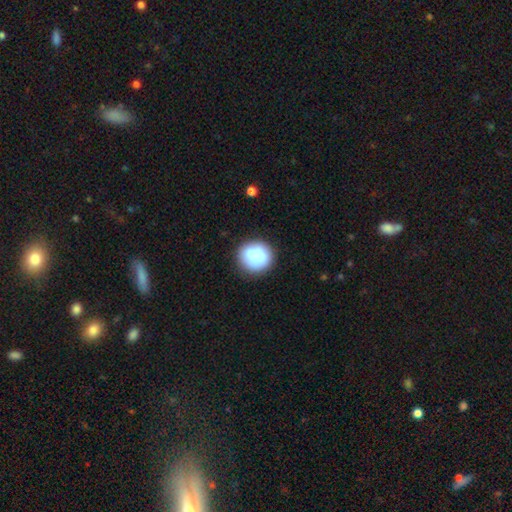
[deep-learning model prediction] A smooth galaxy with no disk features (80%) that is round (86%).

Vote fractions:
- Smooth or featured? smooth: 80% / featured or disk: 12% / star or artifact: 7%
- How rounded? round: 86% / in between: 13% / cigar-shaped: 1%
- Merging? none: 82% / minor disturbance: 12% / major disturbance: 4% / merger: 3%